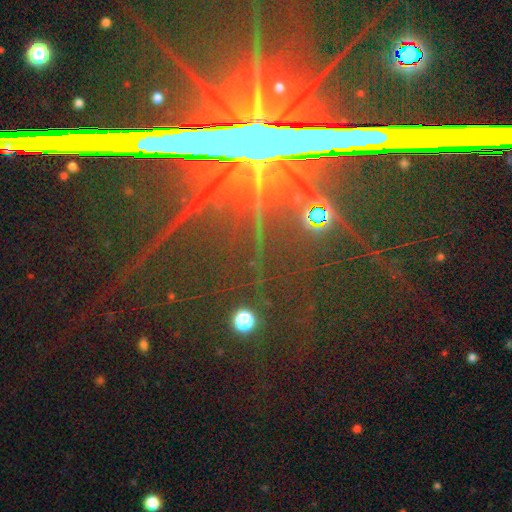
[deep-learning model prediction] A star or artifact, not a galaxy (80%).